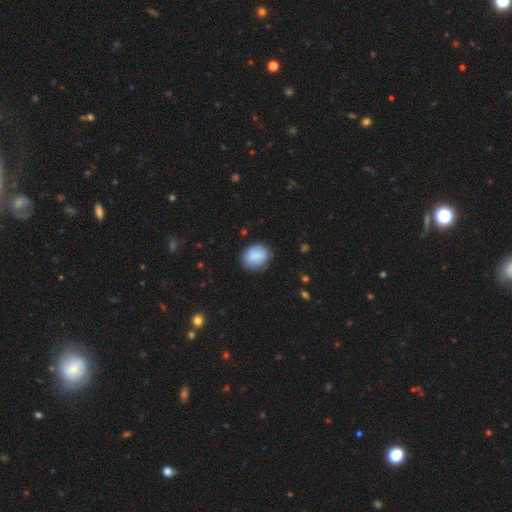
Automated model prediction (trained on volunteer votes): Smooth or featured?
  - smooth: 80% *
  - featured or disk: 13%
  - star or artifact: 7%
How rounded?
  - round: 53% *
  - in between: 46%
  - cigar-shaped: 1%
Merging?
  - none: 77% *
  - minor disturbance: 17%
  - major disturbance: 4%
  - merger: 1%